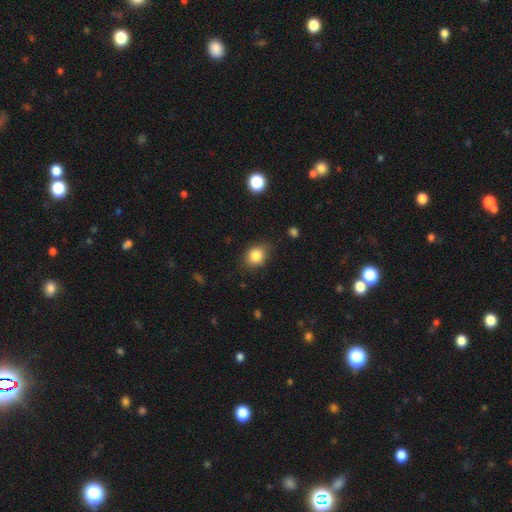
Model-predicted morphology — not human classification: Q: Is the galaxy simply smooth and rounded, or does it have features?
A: smooth — 84%.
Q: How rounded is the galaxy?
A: round — 53%.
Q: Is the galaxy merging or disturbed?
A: none — 79%.